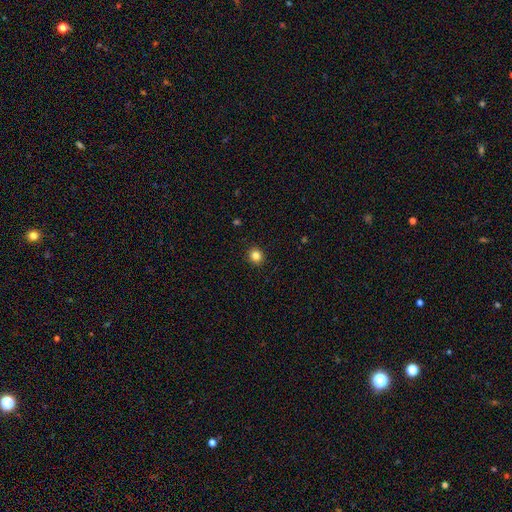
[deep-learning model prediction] smooth 84%, star or artifact 12%, featured or disk 5%. Down the decision tree: how rounded — round (86%); merging — none (92%).